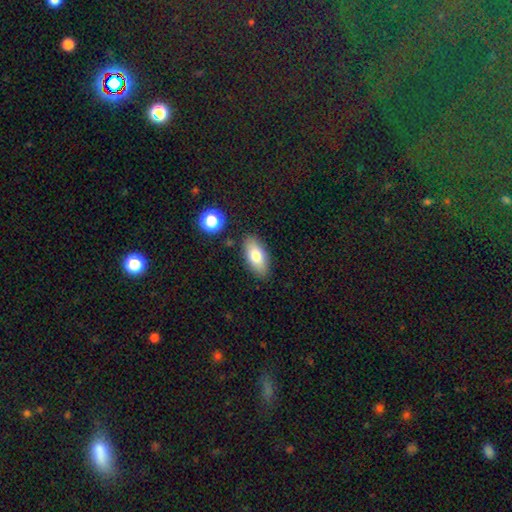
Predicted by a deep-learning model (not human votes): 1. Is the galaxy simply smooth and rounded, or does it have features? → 76% smooth, 16% featured or disk, 8% star or artifact.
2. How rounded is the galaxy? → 87% in between, 9% cigar-shaped, 4% round.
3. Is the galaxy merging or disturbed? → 86% none, 10% minor disturbance, 2% merger, 2% major disturbance.